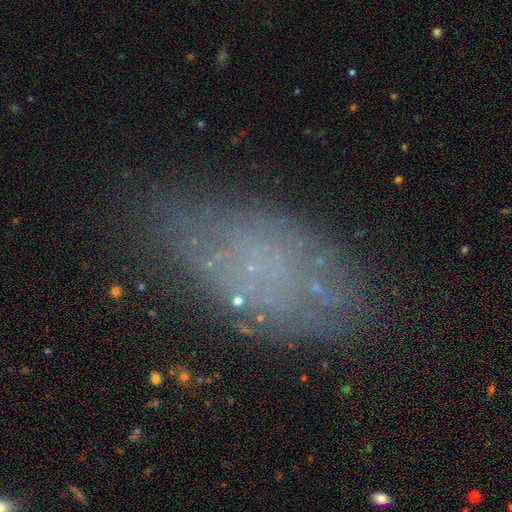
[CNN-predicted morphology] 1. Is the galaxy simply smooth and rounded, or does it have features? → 42% smooth, 40% featured or disk, 18% star or artifact.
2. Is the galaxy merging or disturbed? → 63% none, 21% minor disturbance, 12% major disturbance, 4% merger.